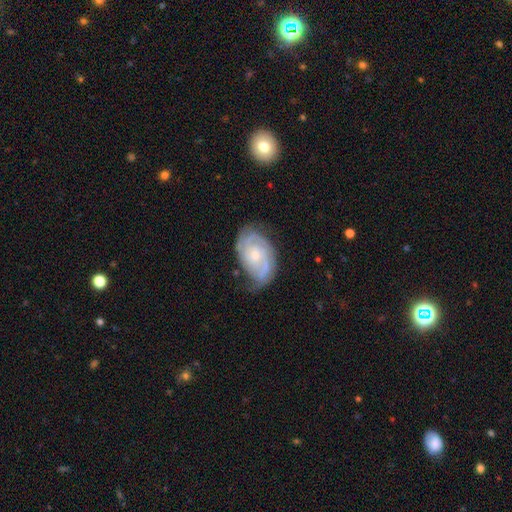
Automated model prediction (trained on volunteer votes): featured or disk 85%, smooth 9%, star or artifact 5%. Down the decision tree: edge-on disk — no (97%); bar — no (68%); spiral arms — yes (97%); spiral arm count — 2 (54%); spiral winding — tight (66%); bulge size — small (60%); merging — none (69%).